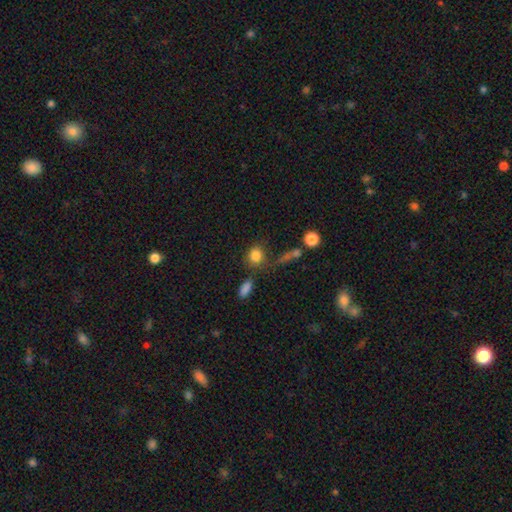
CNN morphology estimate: Smooth or featured?
  - smooth: 84% *
  - star or artifact: 10%
  - featured or disk: 6%
How rounded?
  - round: 70% *
  - in between: 28%
  - cigar-shaped: 2%
Merging?
  - none: 64% *
  - minor disturbance: 14%
  - merger: 14%
  - major disturbance: 8%